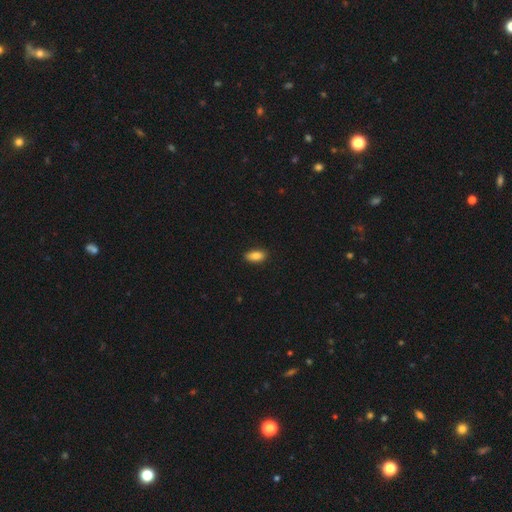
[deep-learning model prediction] Smooth or featured?
  - smooth: 85% *
  - star or artifact: 7%
  - featured or disk: 7%
How rounded?
  - in between: 88% *
  - cigar-shaped: 9%
  - round: 3%
Merging?
  - none: 87% *
  - minor disturbance: 10%
  - major disturbance: 2%
  - merger: 1%